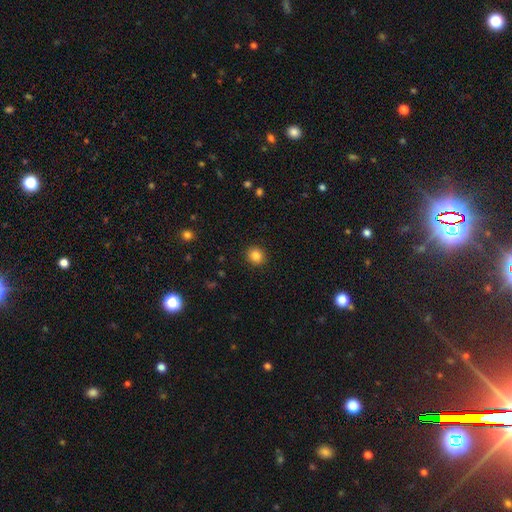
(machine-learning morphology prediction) Q: Smooth or featured?
A: smooth (85%); runner-up: star or artifact (10%)
Q: How rounded?
A: round (86%); runner-up: in between (13%)
Q: Merging?
A: none (91%); runner-up: minor disturbance (6%)